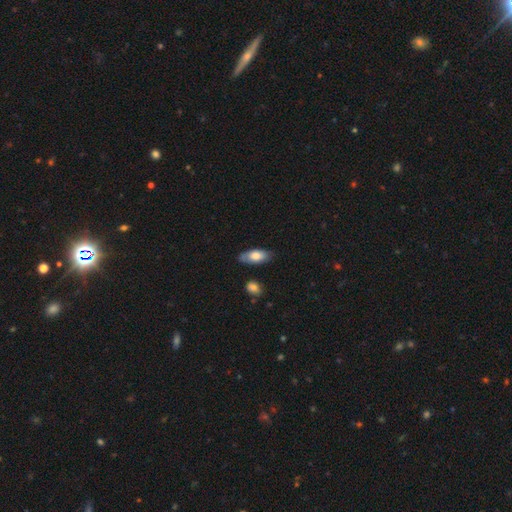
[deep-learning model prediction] Smooth or featured? smooth (73%)
How rounded? in between (85%)
Merging? none (77%)